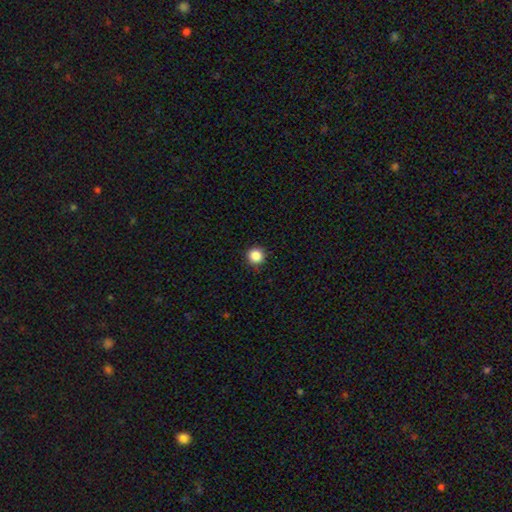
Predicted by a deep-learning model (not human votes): This is clearly a smooth galaxy (87%). How rounded: clearly round (95%). Merging: clearly none (91%).